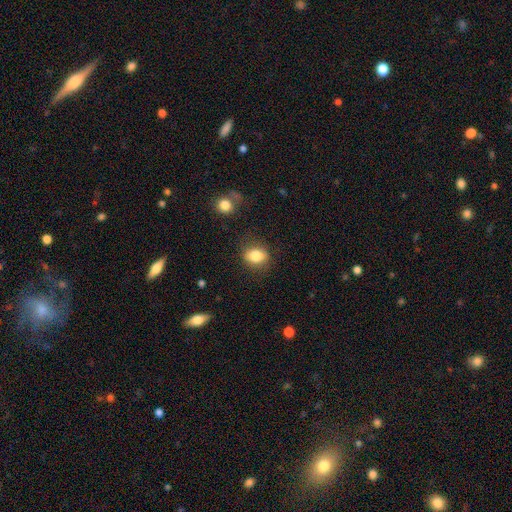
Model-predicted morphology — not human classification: Smooth or featured?
  - smooth: 82% *
  - star or artifact: 9%
  - featured or disk: 9%
How rounded?
  - in between: 56% *
  - round: 43%
  - cigar-shaped: 2%
Merging?
  - none: 80% *
  - minor disturbance: 14%
  - major disturbance: 4%
  - merger: 2%